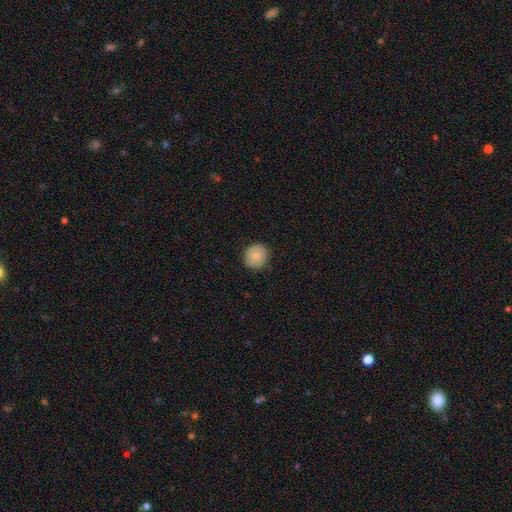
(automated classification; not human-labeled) The model was most divided on "how rounded": round: 85%, in between: 14%, cigar-shaped: 1%. More confident: merging — none (88%); smooth or featured — smooth (86%).